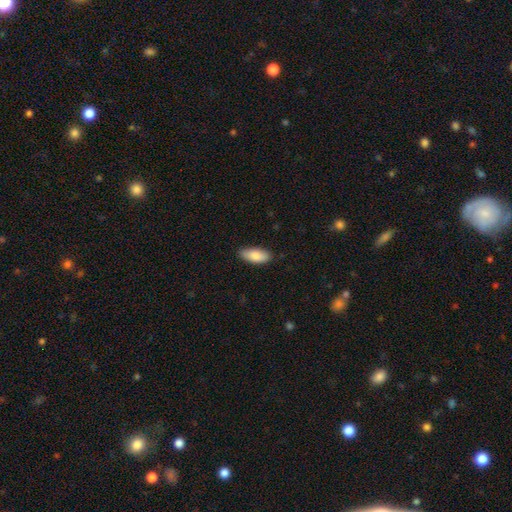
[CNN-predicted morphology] Smooth or featured?
  - smooth: 85% *
  - featured or disk: 9%
  - star or artifact: 6%
How rounded?
  - in between: 87% *
  - cigar-shaped: 11%
  - round: 2%
Merging?
  - none: 85% *
  - minor disturbance: 12%
  - major disturbance: 2%
  - merger: 1%